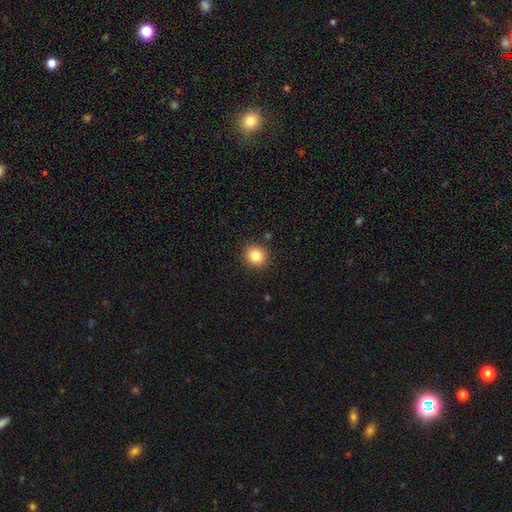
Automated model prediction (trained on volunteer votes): Smooth or featured? smooth (83%)
How rounded? round (87%)
Merging? none (90%)